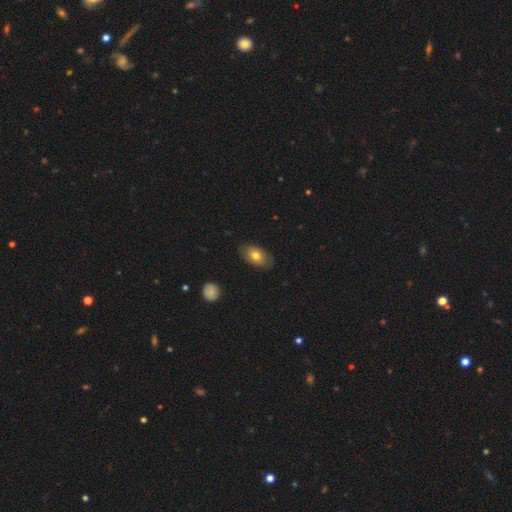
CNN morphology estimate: type=smooth (74%); roundness=in between (91%); merging=none (83%).